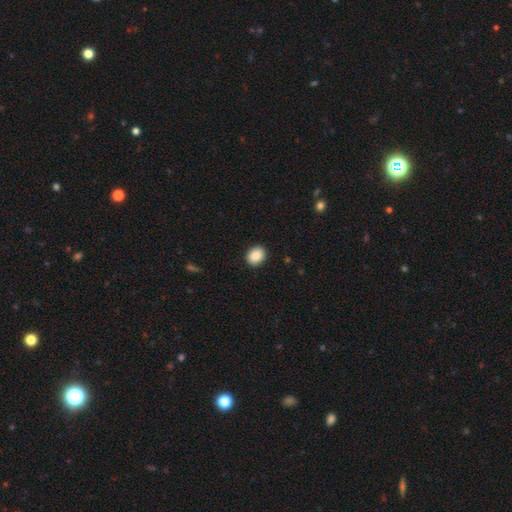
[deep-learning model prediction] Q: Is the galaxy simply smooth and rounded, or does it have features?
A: smooth — 89%.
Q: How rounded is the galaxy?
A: round — 52%.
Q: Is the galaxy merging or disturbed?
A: none — 90%.